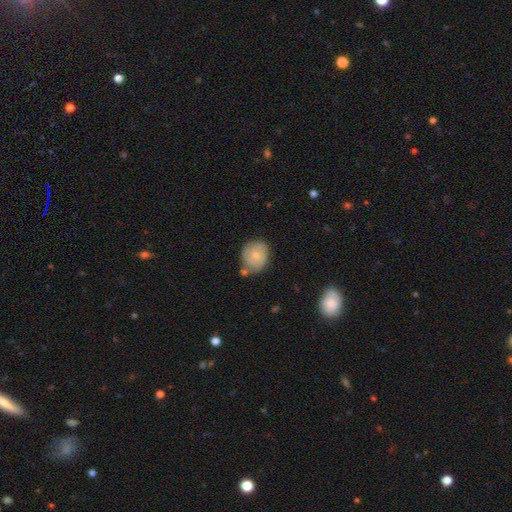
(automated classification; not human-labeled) smooth-or-featured: featured or disk: 54% | smooth: 39% | star or artifact: 7%
  disk-edge-on: no: 98% | yes: 2%
    bar: no: 61% | weak: 35% | strong: 5%
    has-spiral-arms: yes: 87% | no: 13%
    bulge-size: small: 60% | moderate: 29% | none: 8% | large: 2% | dominant: 1%
  merging: none: 57% | minor disturbance: 25% | merger: 11% | major disturbance: 8%